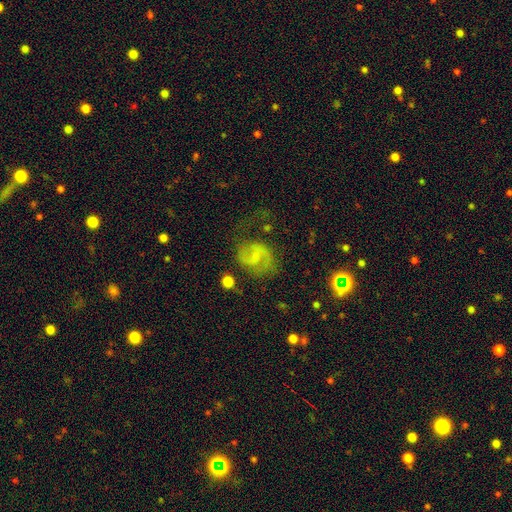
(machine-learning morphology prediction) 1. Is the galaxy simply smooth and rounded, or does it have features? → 72% featured or disk, 19% smooth, 9% star or artifact.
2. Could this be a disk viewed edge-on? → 98% no, 2% yes.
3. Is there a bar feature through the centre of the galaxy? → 53% weak, 32% no, 14% strong.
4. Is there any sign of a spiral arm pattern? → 91% yes, 9% no.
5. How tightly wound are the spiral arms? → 50% medium, 35% loose, 15% tight.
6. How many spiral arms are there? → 87% 2, 5% can't tell, 4% 1, 1% 3, 1% 4, 1% more than 4.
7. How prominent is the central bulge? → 57% small, 21% moderate, 19% none, 2% large, 1% dominant.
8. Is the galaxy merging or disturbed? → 59% none, 20% minor disturbance, 17% major disturbance, 4% merger.